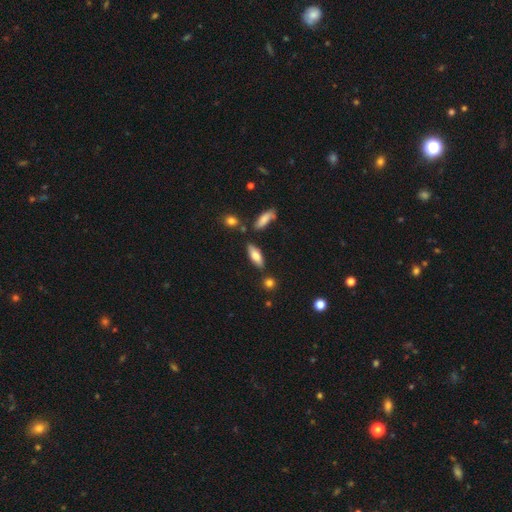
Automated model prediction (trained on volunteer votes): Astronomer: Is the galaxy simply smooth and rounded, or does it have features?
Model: smooth — 71%.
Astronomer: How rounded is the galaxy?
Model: in between — 64%.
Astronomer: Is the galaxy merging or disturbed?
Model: none — 78%.